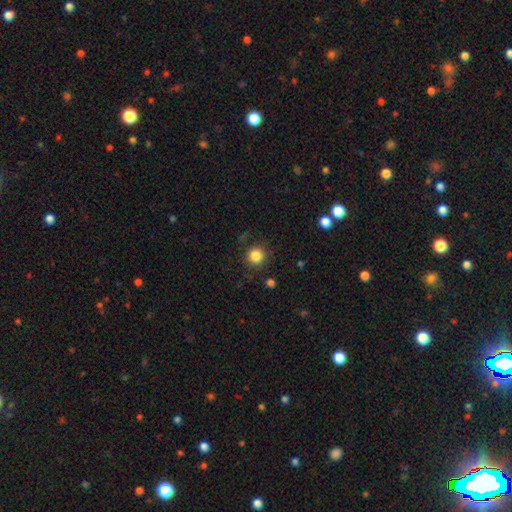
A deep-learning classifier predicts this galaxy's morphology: Smooth or featured? smooth (84%)
How rounded? round (94%)
Merging? none (87%)